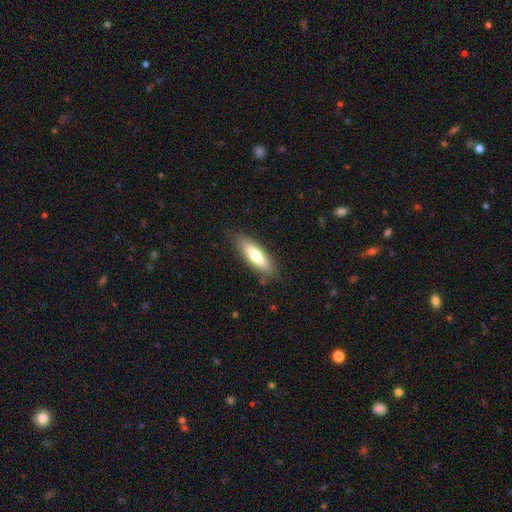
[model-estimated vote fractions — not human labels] A smooth galaxy with no disk features (73%) that is cigar-shaped (52%). Merging: none (85%).